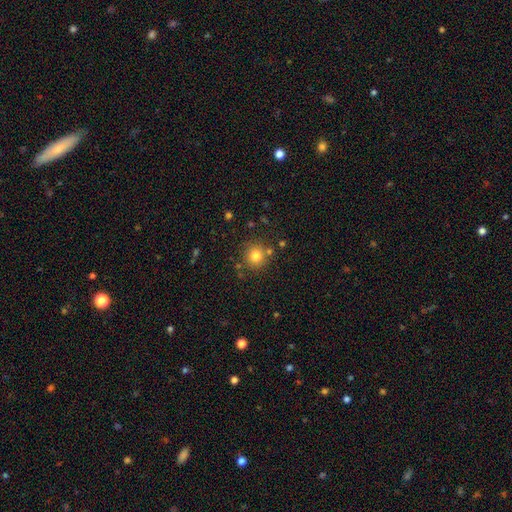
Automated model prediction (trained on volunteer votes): The model was most divided on "smooth or featured": smooth: 79%, star or artifact: 13%, featured or disk: 8%. More confident: how rounded — round (92%); merging — none (81%).